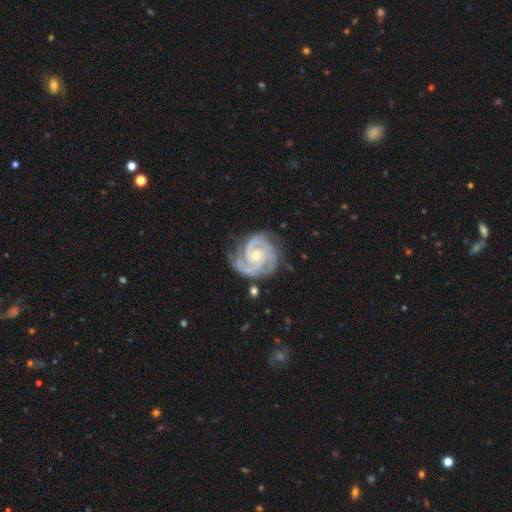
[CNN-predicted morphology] type=featured or disk (93%); edge-on=no (98%); bar=no (65%); spiral arms=yes (99%); winding=tight (70%); arm count=3 (45%); bulge=small (56%); merging=none (76%).